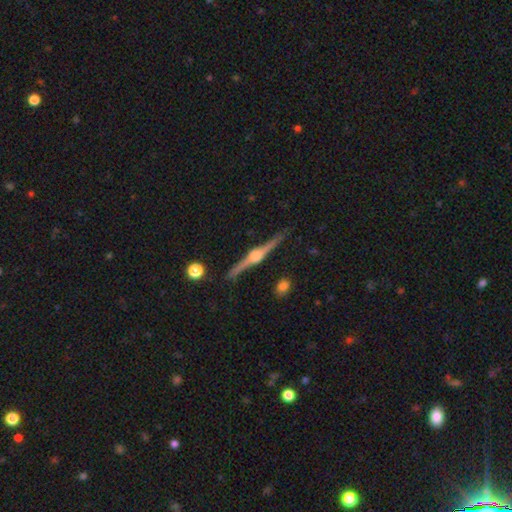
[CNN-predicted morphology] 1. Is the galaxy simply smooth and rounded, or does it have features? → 88% featured or disk, 7% smooth, 5% star or artifact.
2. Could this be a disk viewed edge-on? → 98% yes, 2% no.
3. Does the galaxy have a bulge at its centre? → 93% rounded, 5% boxy, 2% none.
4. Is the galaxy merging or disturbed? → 89% none, 8% minor disturbance, 2% major disturbance, 2% merger.